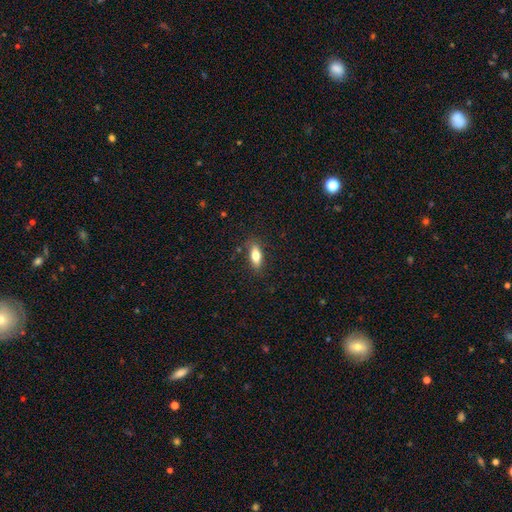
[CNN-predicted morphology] smooth 78%, featured or disk 15%, star or artifact 7%. Down the decision tree: how rounded — in between (76%); merging — none (83%).